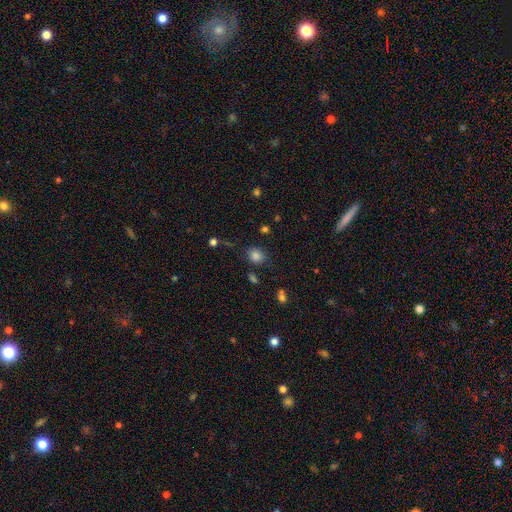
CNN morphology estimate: Smooth or featured?
  - smooth: 82% *
  - star or artifact: 13%
  - featured or disk: 5%
How rounded?
  - round: 72% *
  - in between: 27%
  - cigar-shaped: 1%
Merging?
  - none: 80% *
  - minor disturbance: 13%
  - major disturbance: 4%
  - merger: 3%